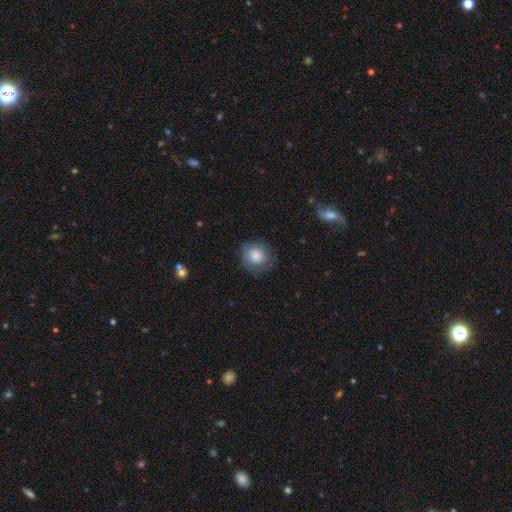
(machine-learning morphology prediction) Smooth or featured: smooth — 76% (featured or disk — 17%)
How rounded: round — 81% (in between — 18%)
Merging: none — 72% (minor disturbance — 19%)